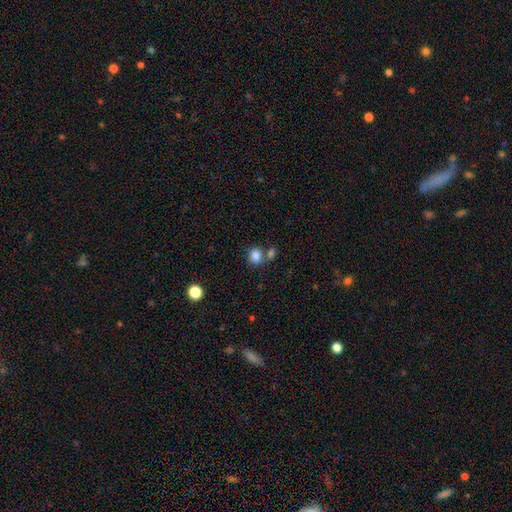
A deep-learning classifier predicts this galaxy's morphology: The model was most divided on "how rounded": round: 57%, in between: 42%, cigar-shaped: 1%. More confident: smooth or featured — smooth (84%); merging — none (59%).